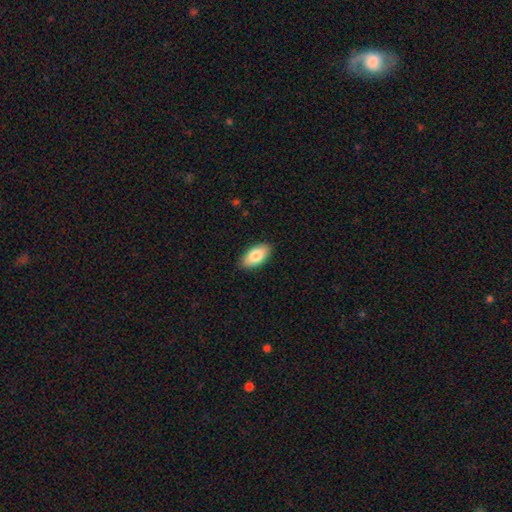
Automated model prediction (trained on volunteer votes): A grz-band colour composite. It shows a smooth galaxy with no disk features (82%) that is in between round and cigar-shaped (93%). Merging: none (89%).